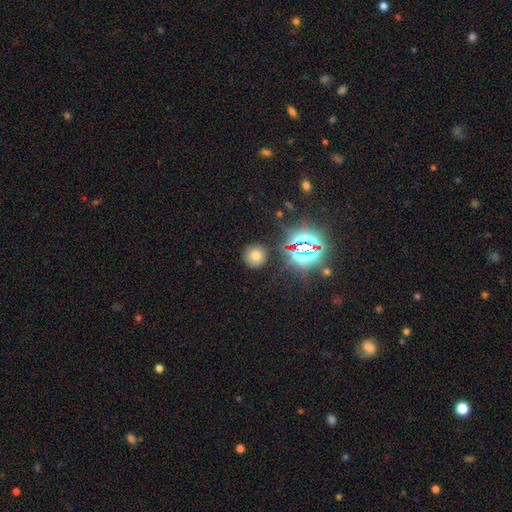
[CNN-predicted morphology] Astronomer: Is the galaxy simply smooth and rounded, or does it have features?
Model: smooth — 67%.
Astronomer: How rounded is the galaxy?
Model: round — 92%.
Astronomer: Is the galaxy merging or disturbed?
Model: none — 87%.